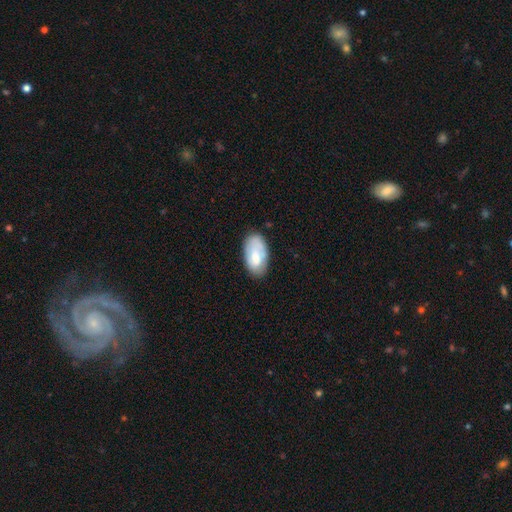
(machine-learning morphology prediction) Q: Smooth or featured?
A: smooth (68%); runner-up: featured or disk (25%)
Q: How rounded?
A: in between (95%); runner-up: round (3%)
Q: Merging?
A: none (71%); runner-up: minor disturbance (21%)